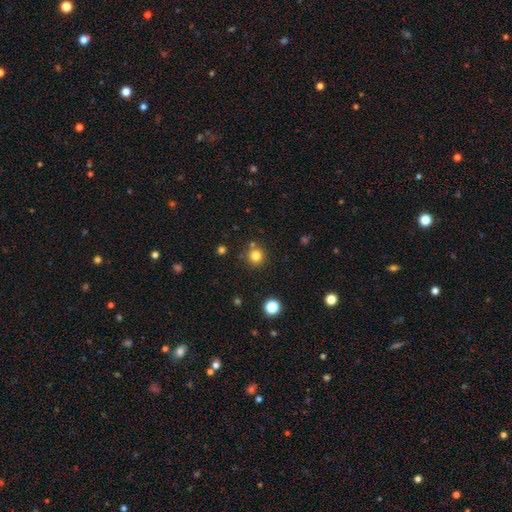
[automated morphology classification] Q: Smooth or featured?
A: smooth (80%); runner-up: star or artifact (14%)
Q: How rounded?
A: round (94%); runner-up: in between (5%)
Q: Merging?
A: none (85%); runner-up: minor disturbance (7%)